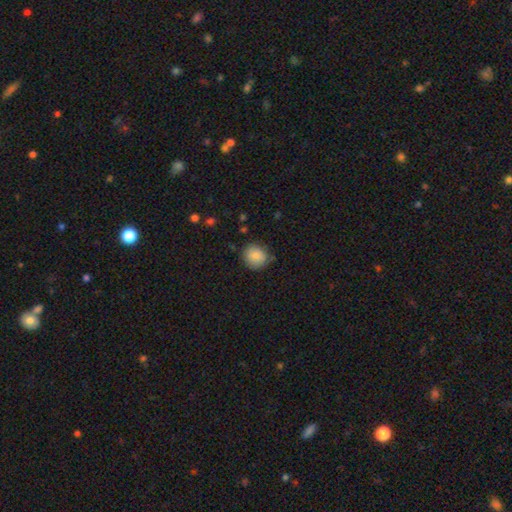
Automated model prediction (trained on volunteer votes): Morphology: type=smooth (84%); roundness=round (82%); merging=none (77%).